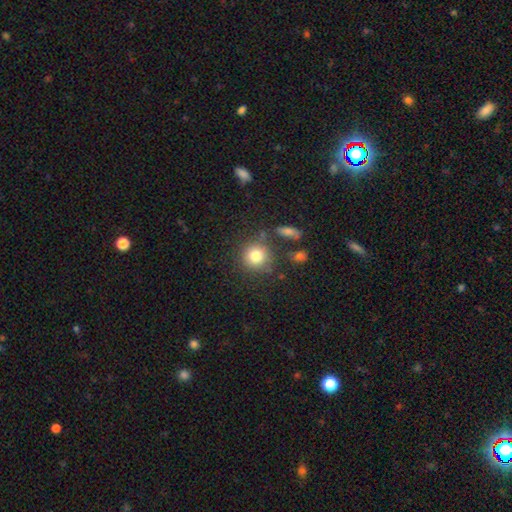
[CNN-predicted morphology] The model was most divided on "merging": none: 76%, minor disturbance: 12%, merger: 7%, major disturbance: 5%. More confident: how rounded — round (90%); smooth or featured — smooth (80%).